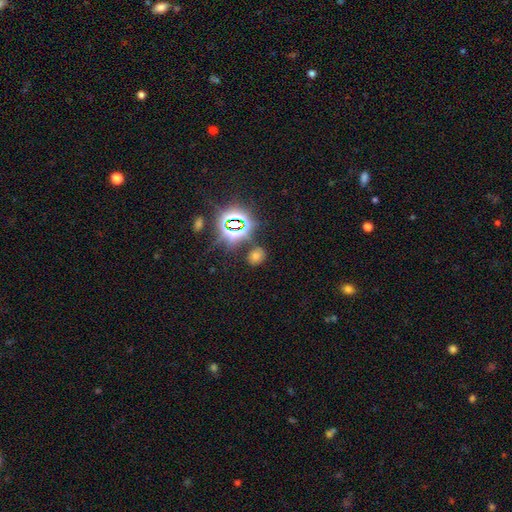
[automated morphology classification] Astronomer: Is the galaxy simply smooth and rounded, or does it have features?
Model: smooth — 48% (runner-up: star or artifact, 44%).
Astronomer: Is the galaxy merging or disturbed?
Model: none — 79%.